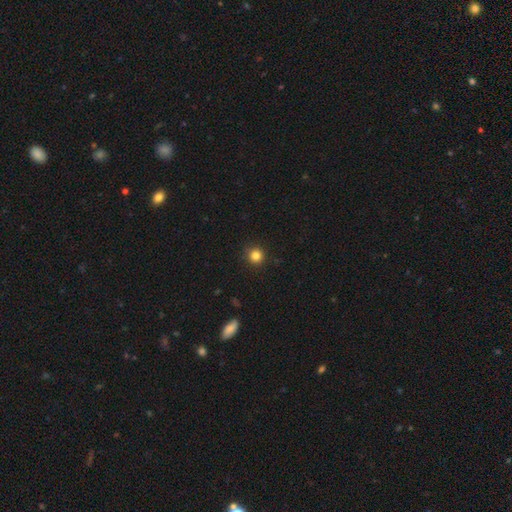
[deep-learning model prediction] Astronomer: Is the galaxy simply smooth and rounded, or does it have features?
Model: smooth — 83%.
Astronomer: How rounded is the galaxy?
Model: round — 95%.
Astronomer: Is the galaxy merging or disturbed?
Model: none — 90%.